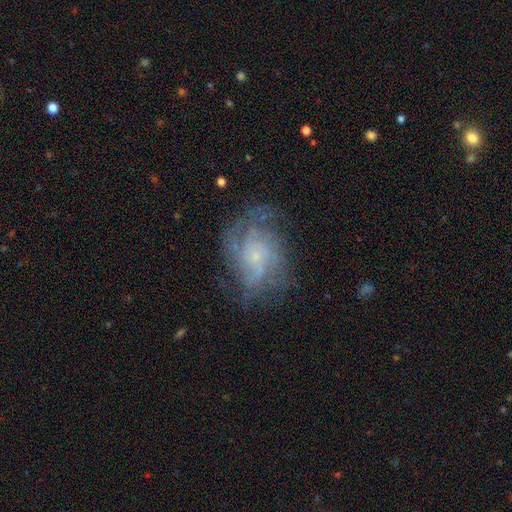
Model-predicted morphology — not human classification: featured or disk 79%, smooth 13%, star or artifact 9%. Down the decision tree: edge-on disk — no (97%); bar — no (75%); spiral arms — yes (91%); spiral arm count — can't tell (37%); spiral winding — tight (48%); bulge size — small (76%); merging — none (66%).